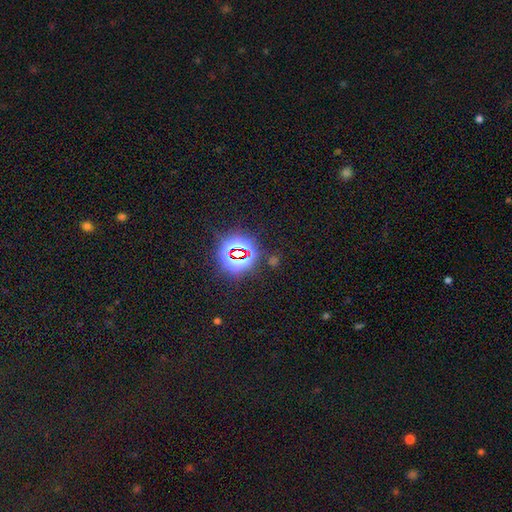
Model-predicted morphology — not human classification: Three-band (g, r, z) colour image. It shows a star or artifact, not a galaxy (76%).